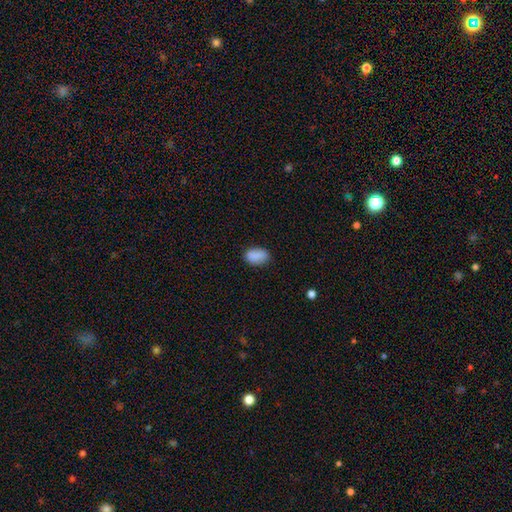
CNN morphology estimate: type=smooth (87%); roundness=in between (89%); merging=none (79%).